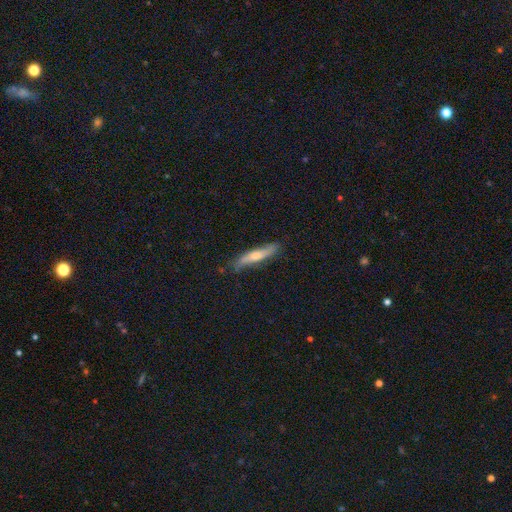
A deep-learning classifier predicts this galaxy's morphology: smooth_or_featured: featured or disk (p=0.48) [alt: smooth p=0.46]
merging: none (p=0.78) [alt: minor disturbance p=0.17]